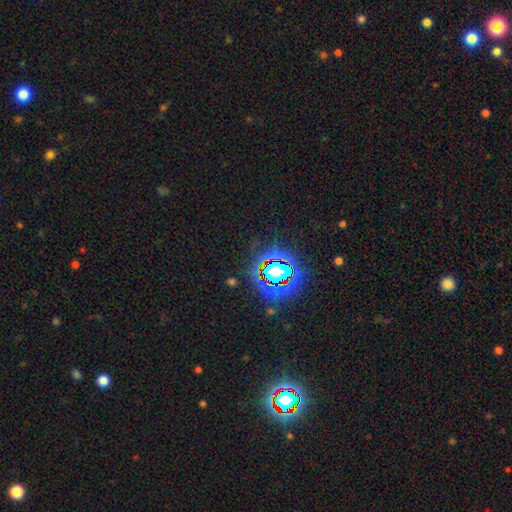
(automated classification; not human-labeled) This is clearly a star or artifact rather than a galaxy (83%).